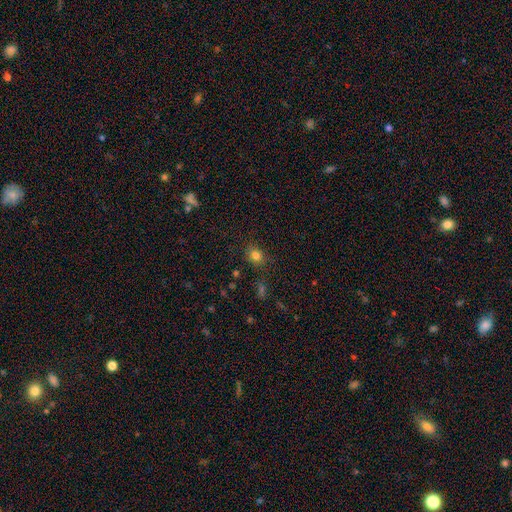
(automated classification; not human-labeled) smooth 80%, star or artifact 14%, featured or disk 6%. Down the decision tree: how rounded — round (55%); merging — none (80%).